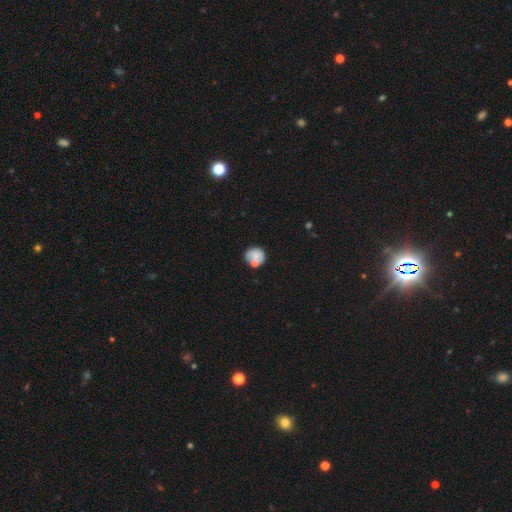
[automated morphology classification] Smooth or featured?
  - smooth: 67% *
  - featured or disk: 24%
  - star or artifact: 8%
How rounded?
  - round: 82% *
  - in between: 17%
  - cigar-shaped: 1%
Merging?
  - none: 53% *
  - merger: 22%
  - minor disturbance: 18%
  - major disturbance: 7%